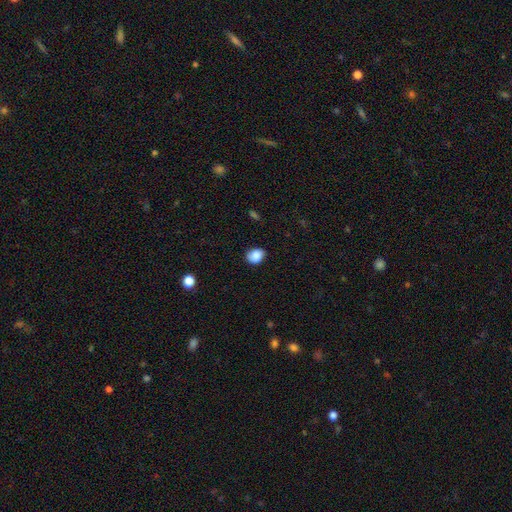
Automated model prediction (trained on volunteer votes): Smooth or featured? Predicted: smooth (p=0.85). How rounded? Predicted: round (p=0.56). Merging? Predicted: none (p=0.77).